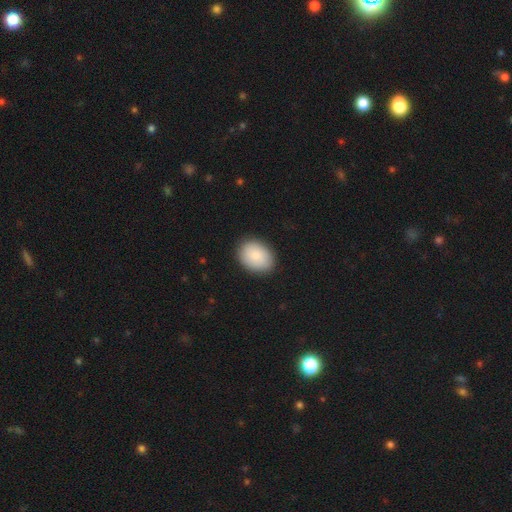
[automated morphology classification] Smooth or featured: smooth — 86% (featured or disk — 8%)
How rounded: in between — 70% (round — 29%)
Merging: none — 88% (minor disturbance — 9%)